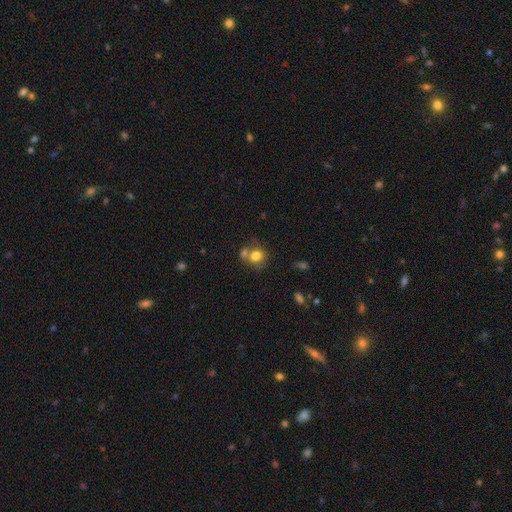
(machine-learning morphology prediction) A smooth galaxy with no disk features (78%) that is round (80%).

Vote fractions:
- Smooth or featured? smooth: 78% / featured or disk: 12% / star or artifact: 10%
- How rounded? round: 80% / in between: 19% / cigar-shaped: 1%
- Merging? none: 50% / merger: 32% / minor disturbance: 12% / major disturbance: 5%